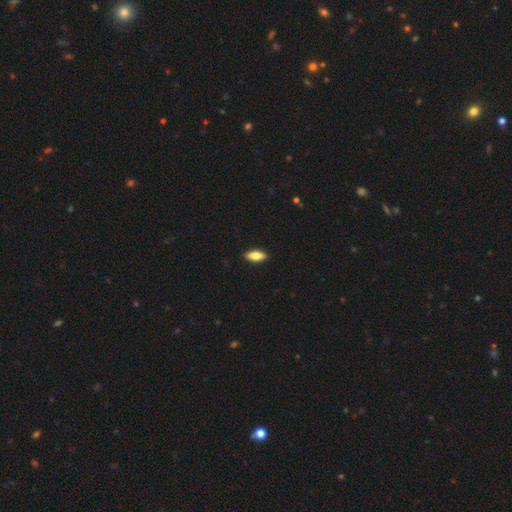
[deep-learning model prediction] This appears to be a smooth galaxy with no disk features (74%) that is in between round and cigar-shaped (71%). Merging: none (90%).